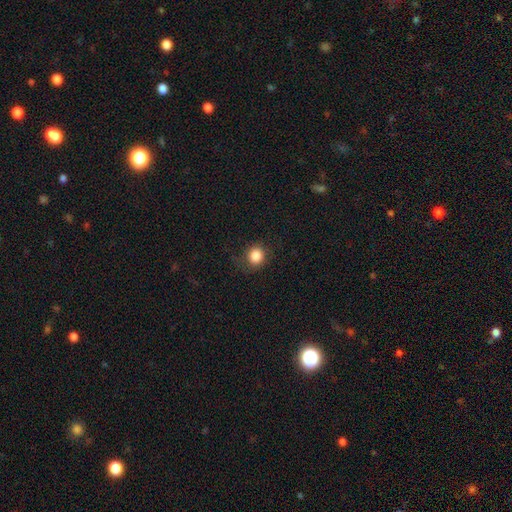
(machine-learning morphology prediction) A smooth galaxy with no disk features (85%) that is round (83%). Merging: none (81%).